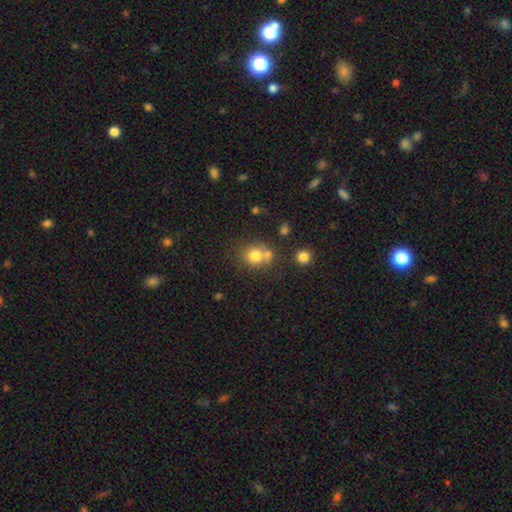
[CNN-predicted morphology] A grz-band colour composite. It shows a smooth galaxy with no disk features (77%) that is round (80%). Merging: none (53%).